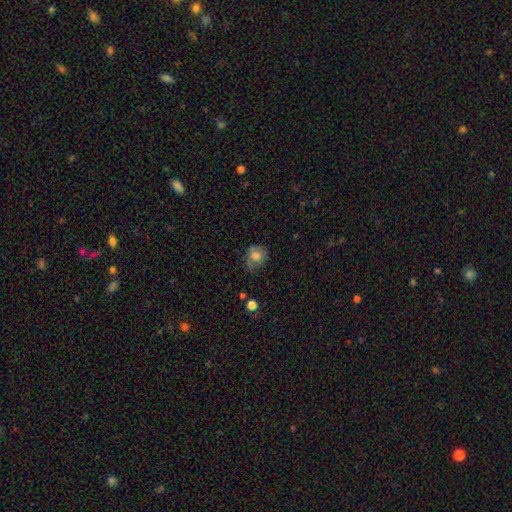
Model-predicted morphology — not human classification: Q: Smooth or featured?
A: smooth (75%); runner-up: featured or disk (15%)
Q: How rounded?
A: round (58%); runner-up: in between (41%)
Q: Merging?
A: none (56%); runner-up: minor disturbance (32%)